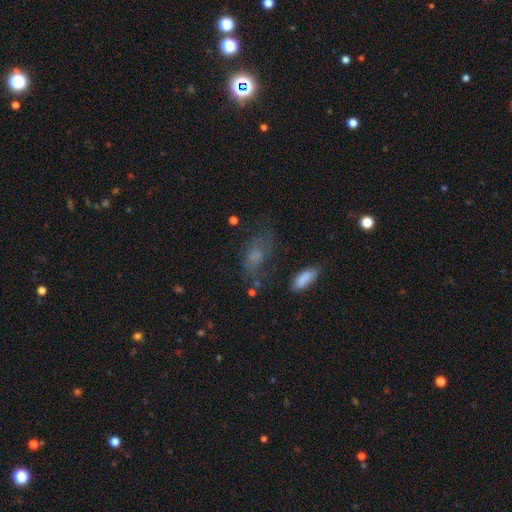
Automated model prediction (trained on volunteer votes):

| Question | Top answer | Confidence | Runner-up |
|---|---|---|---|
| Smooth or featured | smooth | 55% | featured or disk (27%) |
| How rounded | in between | 79% | cigar-shaped (12%) |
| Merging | none | 51% | minor disturbance (23%) |